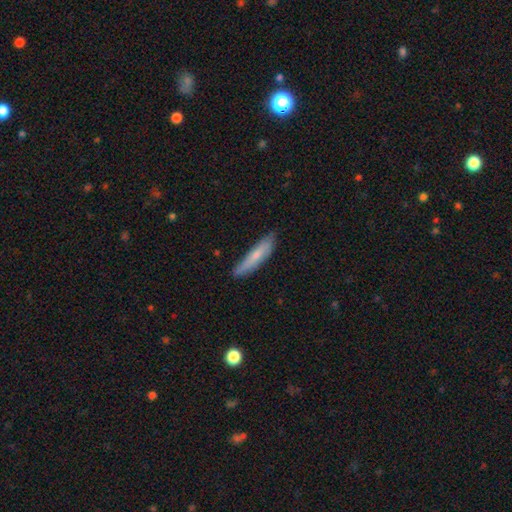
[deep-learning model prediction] smooth_or_featured: smooth (p=0.66) [alt: featured or disk p=0.28]
how_rounded: cigar-shaped (p=0.84) [alt: in between p=0.15]
merging: none (p=0.77) [alt: minor disturbance p=0.19]